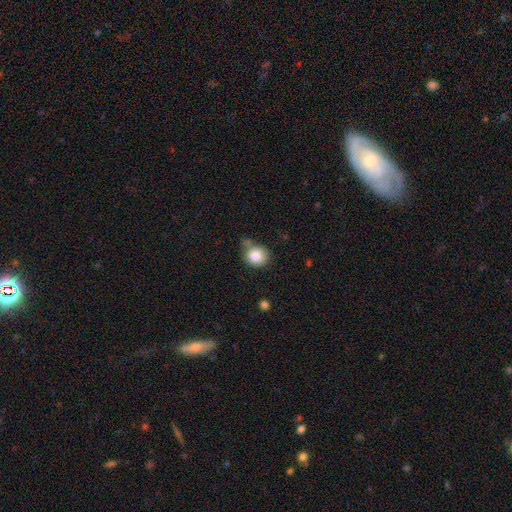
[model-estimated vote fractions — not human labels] Smooth or featured? Predicted: smooth (p=0.85). How rounded? Predicted: round (p=0.77). Merging? Predicted: none (p=0.61).